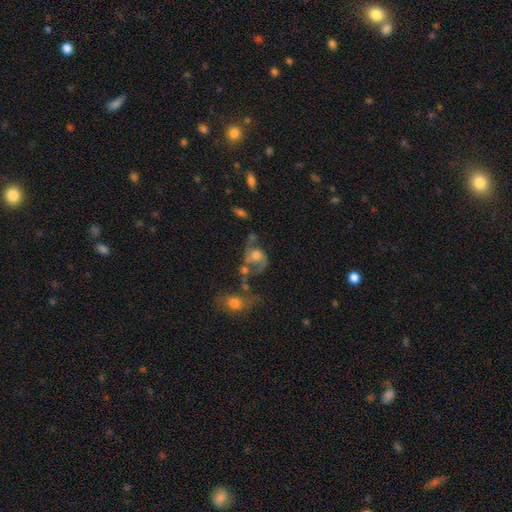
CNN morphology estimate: The model was most divided on "spiral winding": loose: 48%, medium: 41%, tight: 11%. Remaining: edge-on disk — no (97%); spiral arms — yes (86%); spiral arm count — 2 (84%); smooth or featured — featured or disk (72%); bar — no (71%); bulge size — moderate (43%); merging — none (35%).